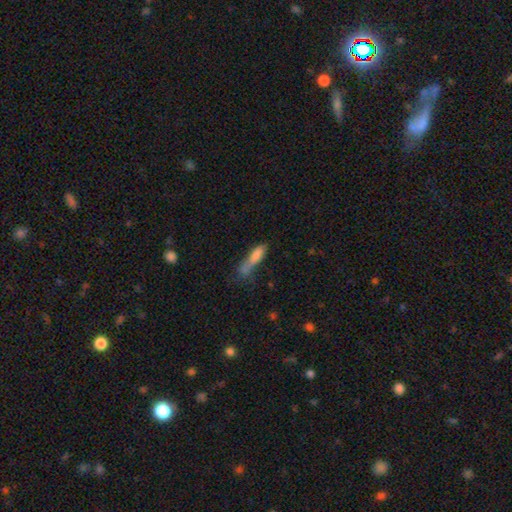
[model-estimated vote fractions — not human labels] Smooth or featured? Predicted: smooth (p=0.66). How rounded? Predicted: cigar-shaped (p=0.75). Merging? Predicted: none (p=0.40).